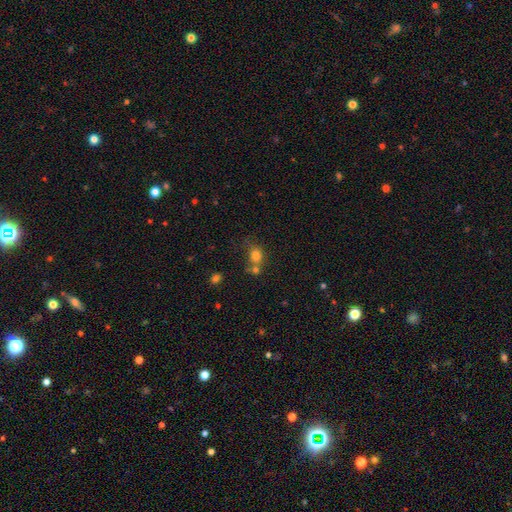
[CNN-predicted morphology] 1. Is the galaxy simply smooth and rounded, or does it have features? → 78% smooth, 13% star or artifact, 9% featured or disk.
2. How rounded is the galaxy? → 65% round, 33% in between, 1% cigar-shaped.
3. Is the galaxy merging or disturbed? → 48% none, 31% merger, 14% minor disturbance, 7% major disturbance.